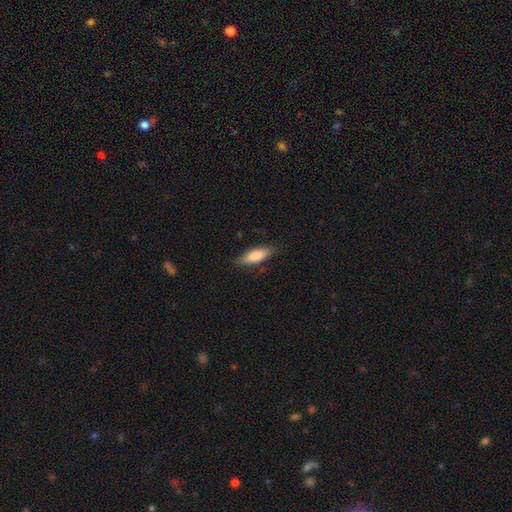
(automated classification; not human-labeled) A smooth galaxy with no disk features (77%) that is in between round and cigar-shaped (62%). Merging: none (81%).